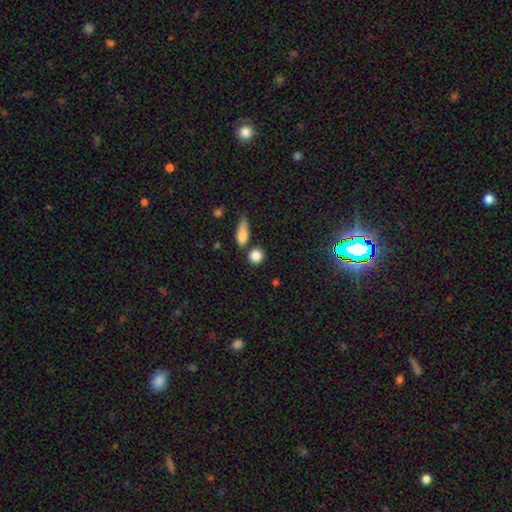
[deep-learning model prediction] A smooth galaxy with no disk features (85%) that is round (81%).

Vote fractions:
- Smooth or featured? smooth: 85% / star or artifact: 9% / featured or disk: 6%
- How rounded? round: 81% / in between: 16% / cigar-shaped: 3%
- Merging? none: 73% / merger: 12% / minor disturbance: 11% / major disturbance: 4%